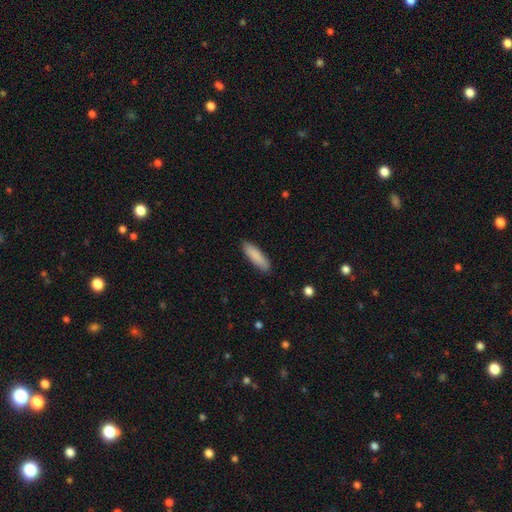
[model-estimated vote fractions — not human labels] Smooth or featured?
  - smooth: 87% *
  - featured or disk: 7%
  - star or artifact: 6%
How rounded?
  - cigar-shaped: 65% *
  - in between: 33%
  - round: 1%
Merging?
  - none: 87% *
  - minor disturbance: 10%
  - major disturbance: 2%
  - merger: 1%